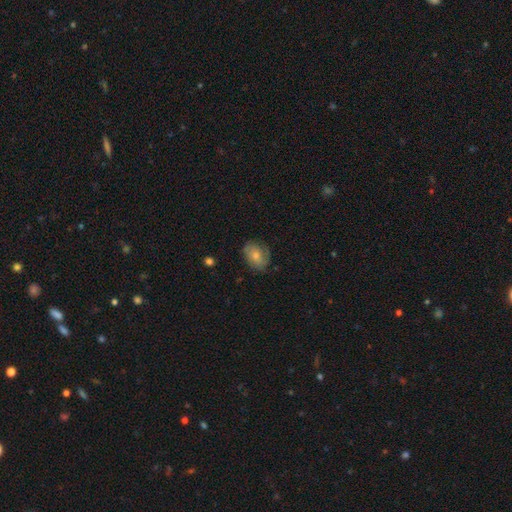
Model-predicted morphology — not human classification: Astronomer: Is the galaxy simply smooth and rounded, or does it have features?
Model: smooth — 71%.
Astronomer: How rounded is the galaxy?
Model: in between — 68%.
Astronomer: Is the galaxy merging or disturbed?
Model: none — 71%.